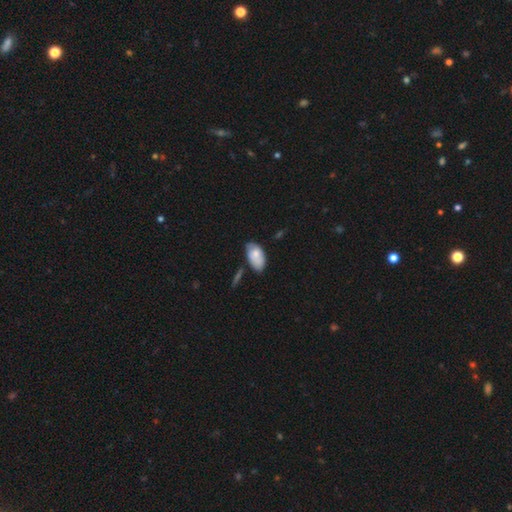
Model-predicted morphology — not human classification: The model was most divided on "merging": none: 60%, minor disturbance: 29%, merger: 6%, major disturbance: 5%. More confident: how rounded — in between (94%); smooth or featured — smooth (76%).